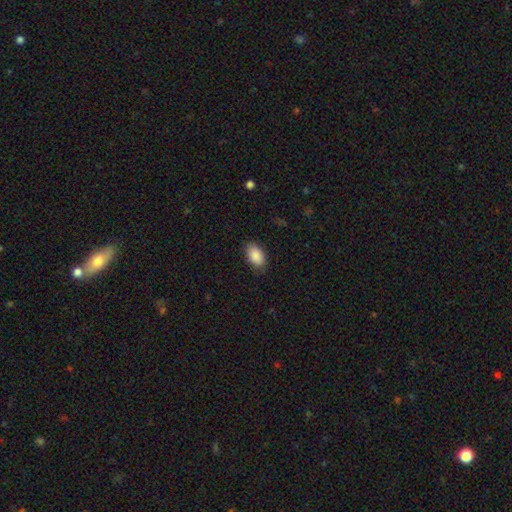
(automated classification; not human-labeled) smooth 90%, star or artifact 6%, featured or disk 4%. Down the decision tree: how rounded — in between (94%); merging — none (83%).